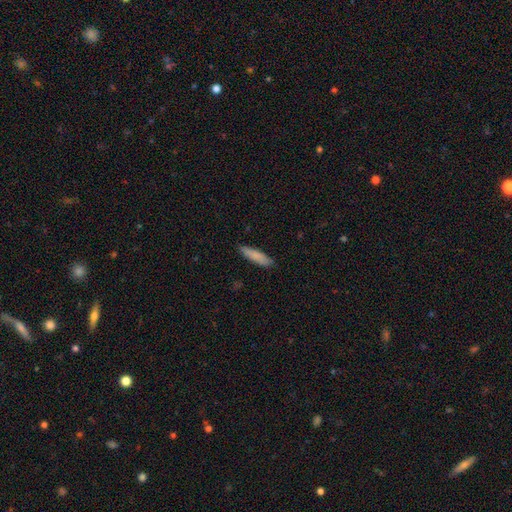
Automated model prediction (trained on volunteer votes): Q: Smooth or featured?
A: smooth (82%); runner-up: featured or disk (12%)
Q: How rounded?
A: cigar-shaped (74%); runner-up: in between (25%)
Q: Merging?
A: none (84%); runner-up: minor disturbance (13%)